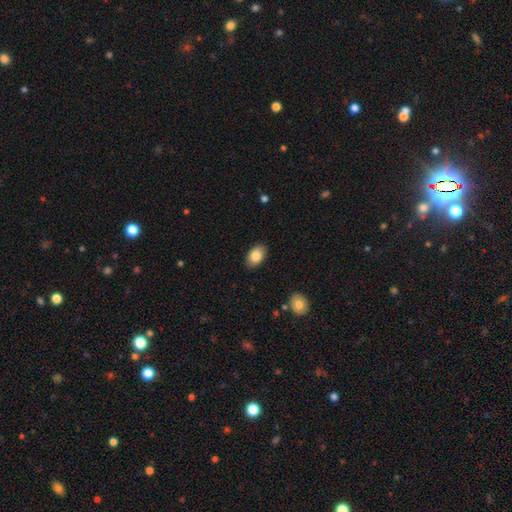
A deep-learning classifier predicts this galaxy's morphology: Smooth or featured?
  - smooth: 85% *
  - featured or disk: 7%
  - star or artifact: 7%
How rounded?
  - in between: 89% *
  - round: 10%
  - cigar-shaped: 1%
Merging?
  - none: 87% *
  - minor disturbance: 10%
  - major disturbance: 2%
  - merger: 1%